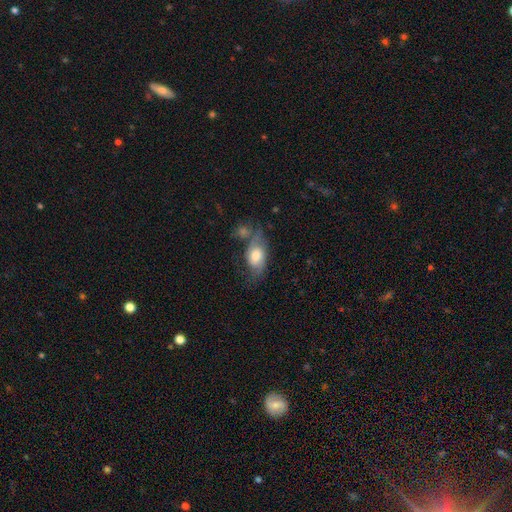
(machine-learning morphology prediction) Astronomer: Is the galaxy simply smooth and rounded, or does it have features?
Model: smooth — 66%.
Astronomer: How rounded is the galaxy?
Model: in between — 85%.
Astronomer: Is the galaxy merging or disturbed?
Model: none — 40% (runner-up: minor disturbance, 25%).